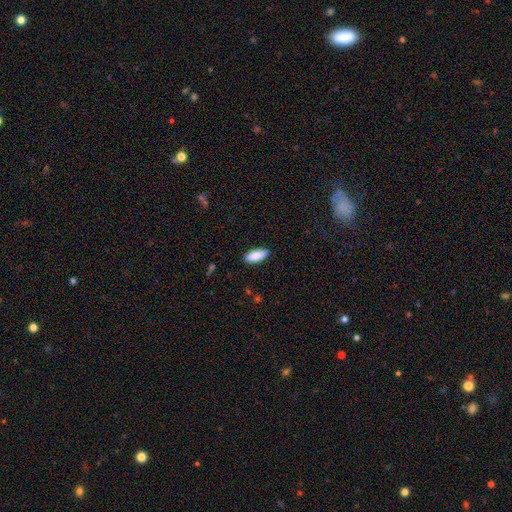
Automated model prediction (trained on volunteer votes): smooth_or_featured: smooth (p=0.88) [alt: star or artifact p=0.06]
how_rounded: in between (p=0.80) [alt: cigar-shaped p=0.18]
merging: none (p=0.84) [alt: minor disturbance p=0.12]